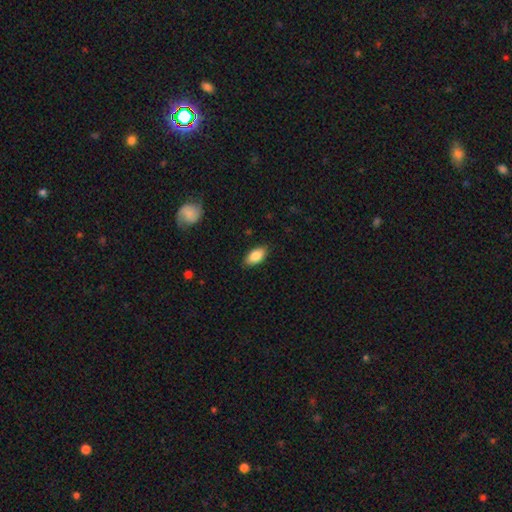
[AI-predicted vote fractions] Smooth or featured? smooth (84%)
How rounded? in between (91%)
Merging? none (85%)